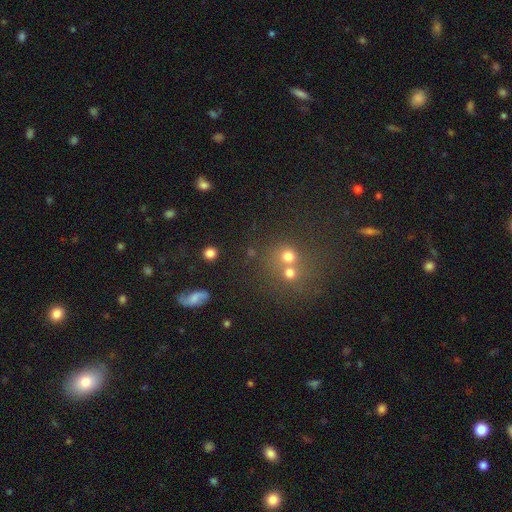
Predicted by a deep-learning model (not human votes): smooth-or-featured: smooth: 50% | star or artifact: 37% | featured or disk: 14%
  merging: none: 53% | merger: 34% | minor disturbance: 8% | major disturbance: 5%